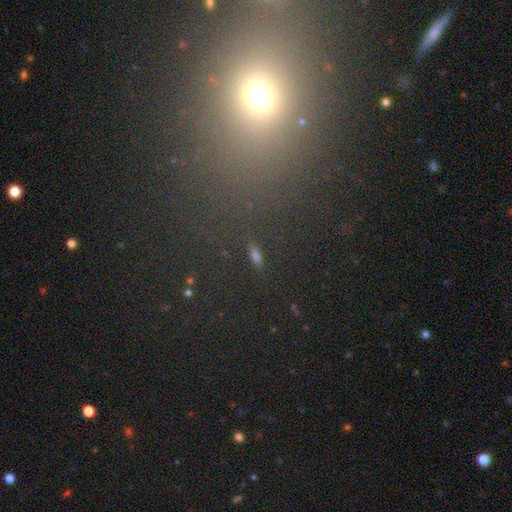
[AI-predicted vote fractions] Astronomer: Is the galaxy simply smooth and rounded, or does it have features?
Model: smooth — 52% (runner-up: star or artifact, 27%).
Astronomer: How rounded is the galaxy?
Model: in between — 54% (runner-up: cigar-shaped, 35%).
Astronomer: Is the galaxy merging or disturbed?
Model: none — 87%.